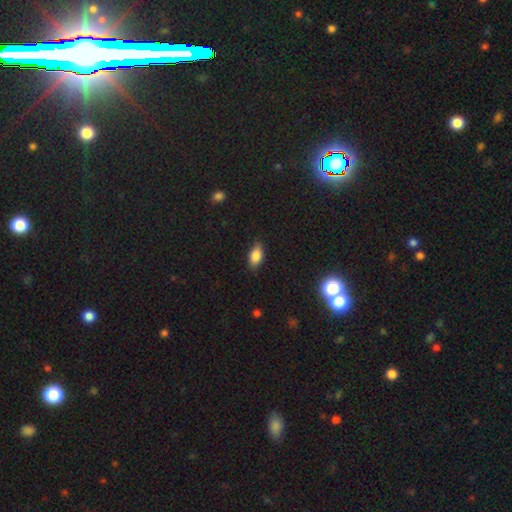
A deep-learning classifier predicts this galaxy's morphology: smooth 79%, featured or disk 12%, star or artifact 9%. Down the decision tree: how rounded — in between (86%); merging — none (81%).